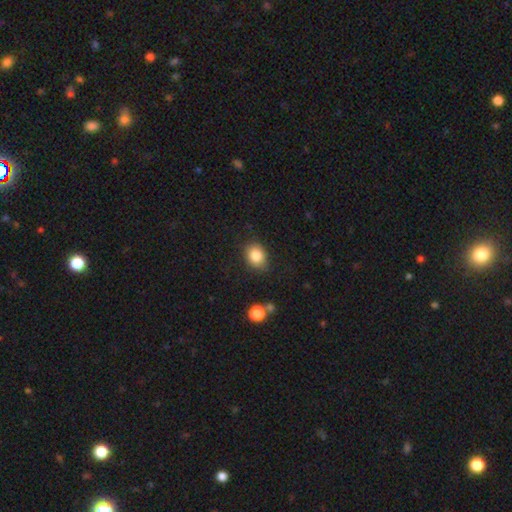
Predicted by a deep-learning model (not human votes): Overall: smooth (83%). How rounded: round (51%; in between 48%). Merging: none (78%).